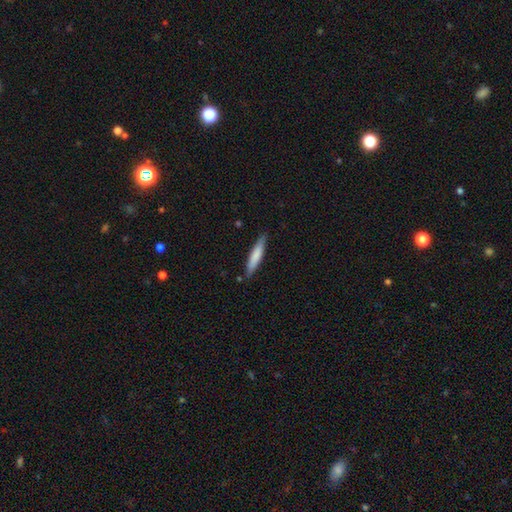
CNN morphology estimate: Q: Smooth or featured?
A: smooth (72%); runner-up: featured or disk (23%)
Q: How rounded?
A: cigar-shaped (88%); runner-up: in between (11%)
Q: Merging?
A: none (84%); runner-up: minor disturbance (12%)